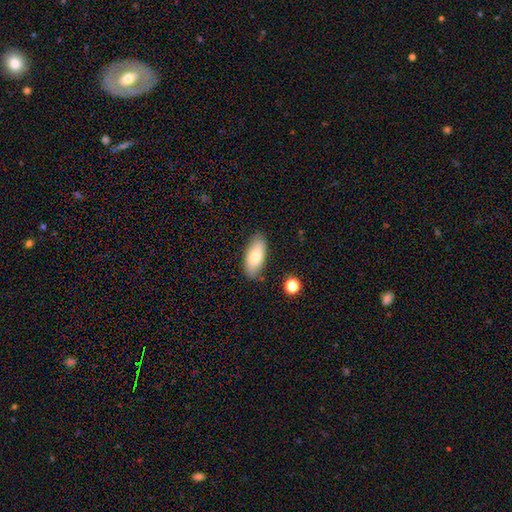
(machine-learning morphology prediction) The model was most divided on "smooth or featured": smooth: 76%, featured or disk: 17%, star or artifact: 7%. More confident: how rounded — in between (87%); merging — none (82%).